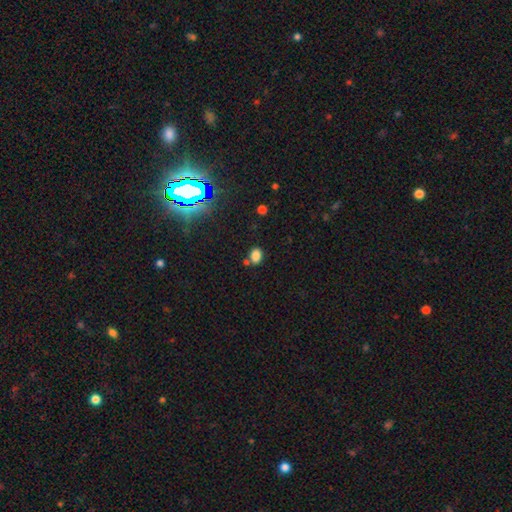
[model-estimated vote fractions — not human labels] smooth_or_featured: smooth (p=0.81) [alt: star or artifact p=0.14]
how_rounded: in between (p=0.70) [alt: round p=0.29]
merging: none (p=0.69) [alt: merger p=0.14]